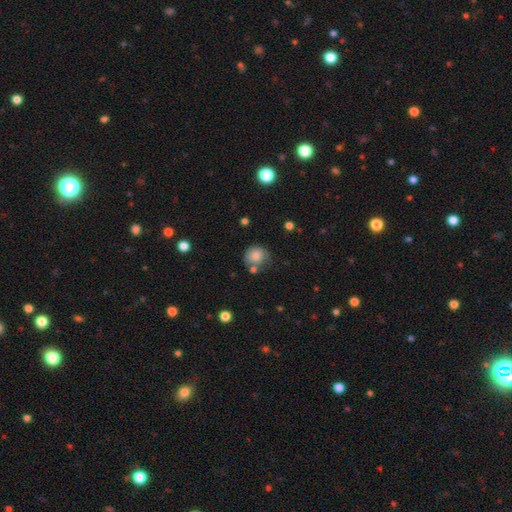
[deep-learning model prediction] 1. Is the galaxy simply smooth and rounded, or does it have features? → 77% smooth, 14% featured or disk, 9% star or artifact.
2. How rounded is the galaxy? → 82% round, 17% in between, 1% cigar-shaped.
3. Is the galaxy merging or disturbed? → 51% none, 25% minor disturbance, 13% merger, 12% major disturbance.